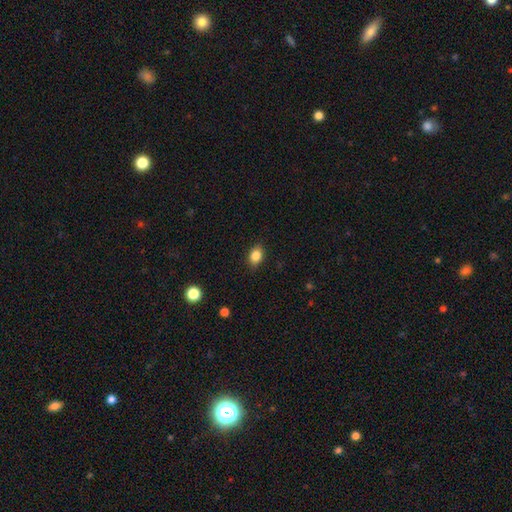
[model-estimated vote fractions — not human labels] Smooth or featured?
  - smooth: 84% *
  - star or artifact: 10%
  - featured or disk: 6%
How rounded?
  - in between: 72% *
  - round: 26%
  - cigar-shaped: 2%
Merging?
  - none: 86% *
  - minor disturbance: 11%
  - major disturbance: 2%
  - merger: 1%